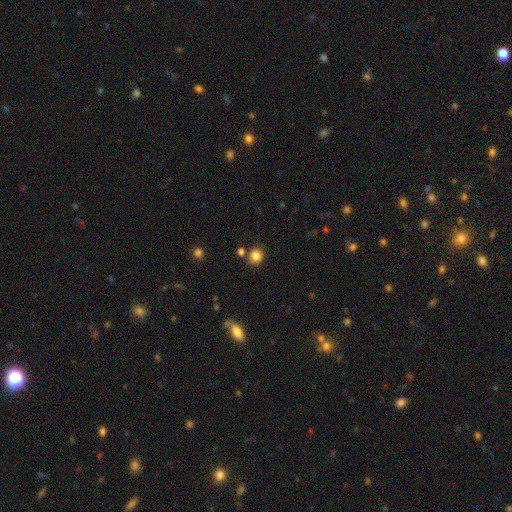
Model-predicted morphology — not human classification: smooth-or-featured: smooth: 84% | star or artifact: 11% | featured or disk: 5%
  how-rounded: round: 73% | in between: 26% | cigar-shaped: 1%
  merging: none: 79% | minor disturbance: 10% | merger: 8% | major disturbance: 3%